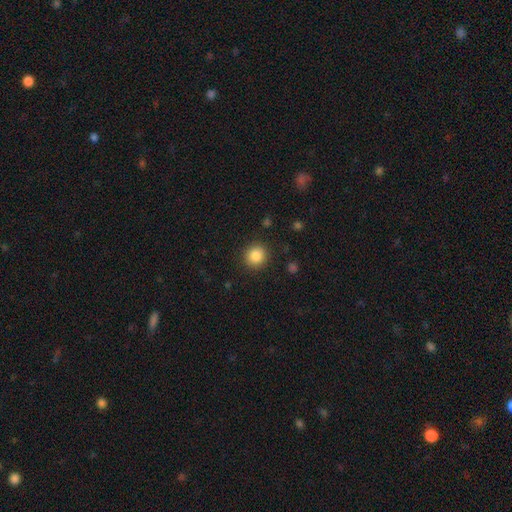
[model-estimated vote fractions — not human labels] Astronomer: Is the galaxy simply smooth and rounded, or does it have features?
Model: smooth — 86%.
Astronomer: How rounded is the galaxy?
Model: round — 91%.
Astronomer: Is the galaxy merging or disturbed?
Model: none — 91%.